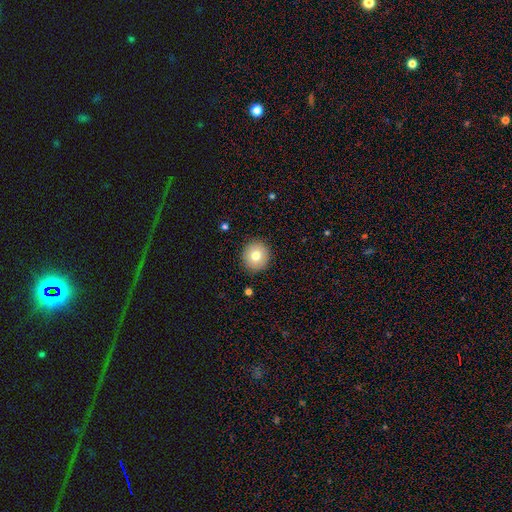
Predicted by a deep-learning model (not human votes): This appears to be a smooth galaxy with no disk features (76%) that is round (90%). Merging: none (90%).